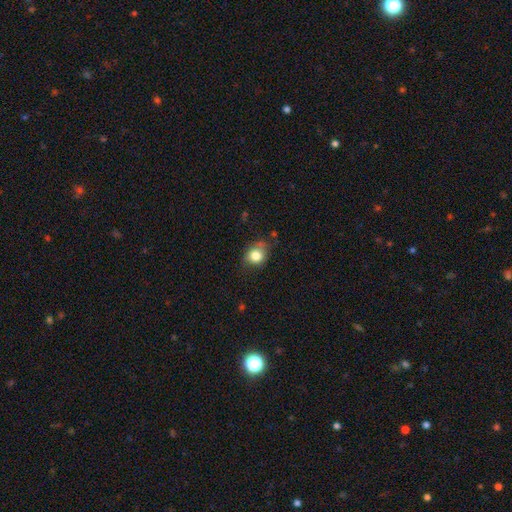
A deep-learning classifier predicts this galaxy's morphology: smooth-or-featured: smooth: 80% | featured or disk: 10% | star or artifact: 10%
  how-rounded: round: 61% | in between: 37% | cigar-shaped: 1%
  merging: none: 61% | minor disturbance: 29% | major disturbance: 7% | merger: 3%